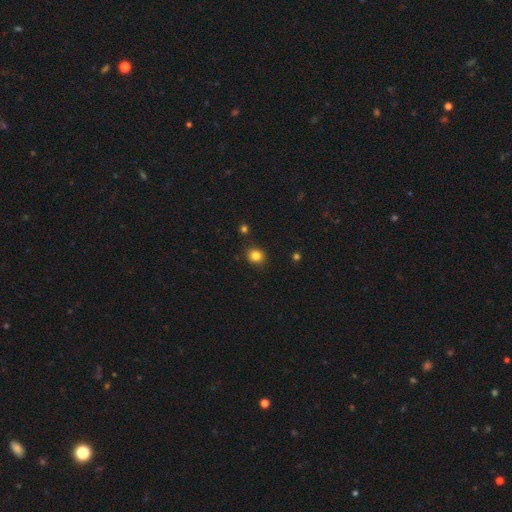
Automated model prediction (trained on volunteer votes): Morphology: type=smooth (83%); roundness=round (78%); merging=none (87%).